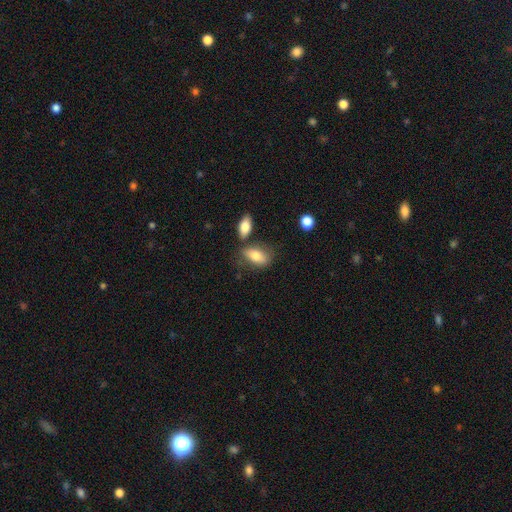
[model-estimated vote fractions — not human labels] This is likely a smooth galaxy (77%). How rounded: clearly in between (88%). Merging: likely none (61%).